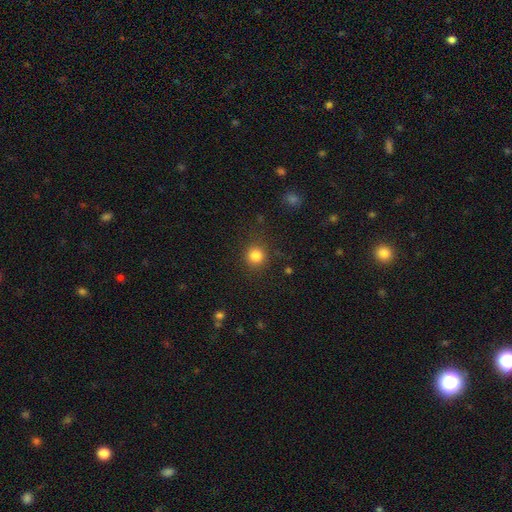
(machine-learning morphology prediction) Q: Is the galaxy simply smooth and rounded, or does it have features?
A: smooth — 84%.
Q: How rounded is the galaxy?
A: round — 92%.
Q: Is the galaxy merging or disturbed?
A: none — 86%.